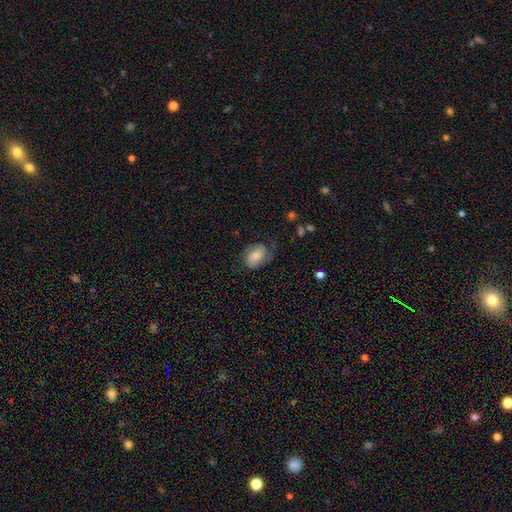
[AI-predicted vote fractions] A smooth galaxy with no disk features (50%).

Vote fractions:
- Smooth or featured? smooth: 50% / featured or disk: 42% / star or artifact: 8%
- Merging? none: 55% / minor disturbance: 25% / major disturbance: 18% / merger: 2%